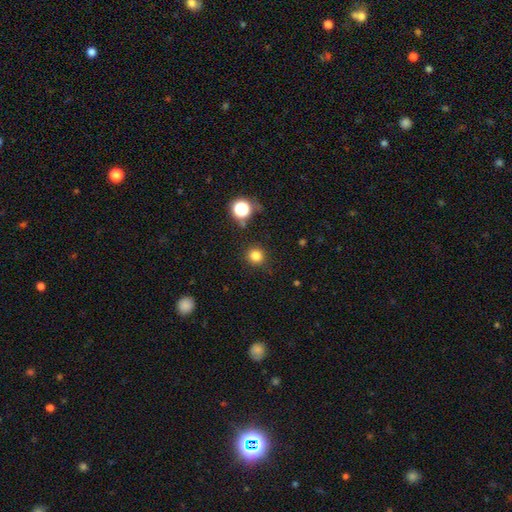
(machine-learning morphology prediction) smooth_or_featured: smooth (p=0.81) [alt: star or artifact p=0.14]
how_rounded: round (p=0.93) [alt: in between p=0.07]
merging: none (p=0.89) [alt: minor disturbance p=0.07]